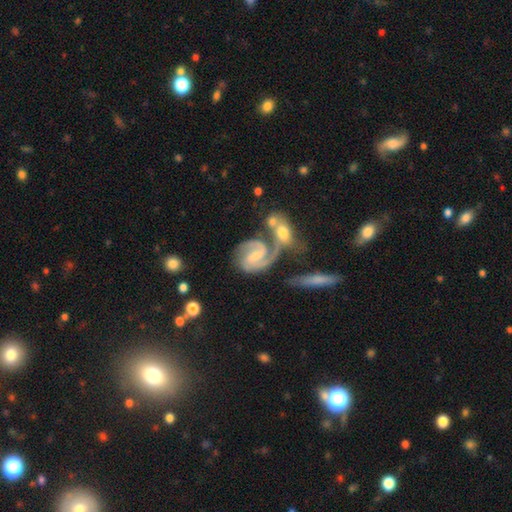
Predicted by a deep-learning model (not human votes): smooth_or_featured: featured or disk (p=0.86) [alt: smooth p=0.09]
disk_edge_on: no (p=0.97) [alt: yes p=0.03]
bar: weak (p=0.50) [alt: no p=0.27]
has_spiral_arms: yes (p=0.97) [alt: no p=0.03]
spiral_winding: medium (p=0.52) [alt: tight p=0.36]
spiral_arm_count: 2 (p=0.82) [alt: 3 p=0.06]
bulge_size: small (p=0.51) [alt: moderate p=0.27]
merging: merger (p=0.41) [alt: none p=0.35]